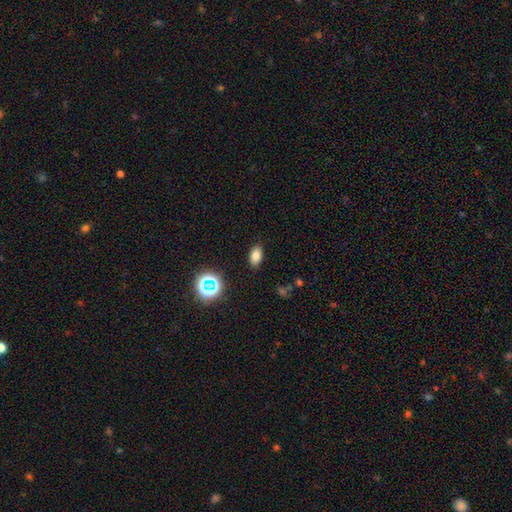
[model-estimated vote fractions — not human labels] This is likely a smooth galaxy (79%). How rounded: clearly in between (89%). Merging: clearly none (87%).